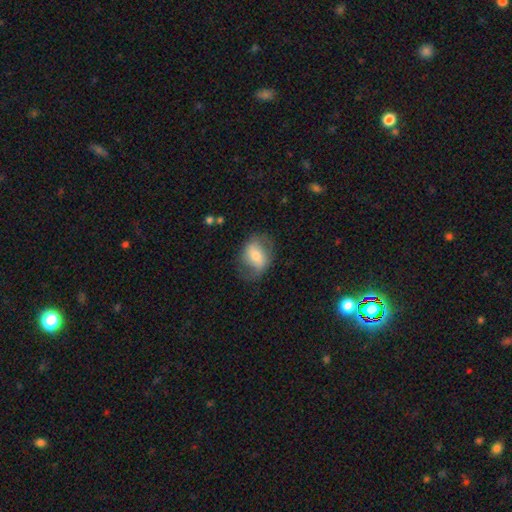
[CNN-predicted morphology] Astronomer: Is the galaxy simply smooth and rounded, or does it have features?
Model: smooth — 50% (runner-up: featured or disk, 43%).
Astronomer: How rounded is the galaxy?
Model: in between — 68%.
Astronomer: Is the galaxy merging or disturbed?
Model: none — 65%.